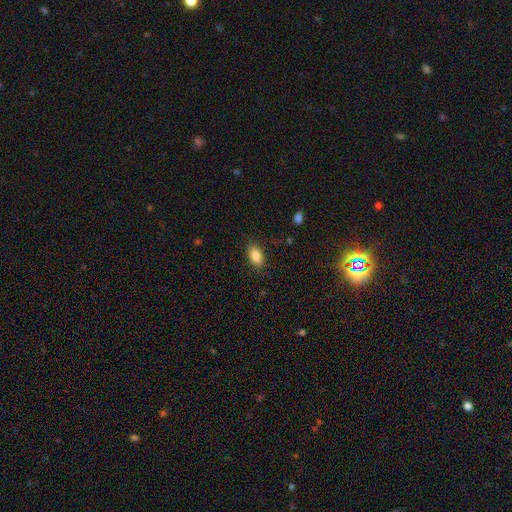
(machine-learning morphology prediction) smooth 84%, star or artifact 8%, featured or disk 8%. Down the decision tree: how rounded — in between (90%); merging — none (85%).